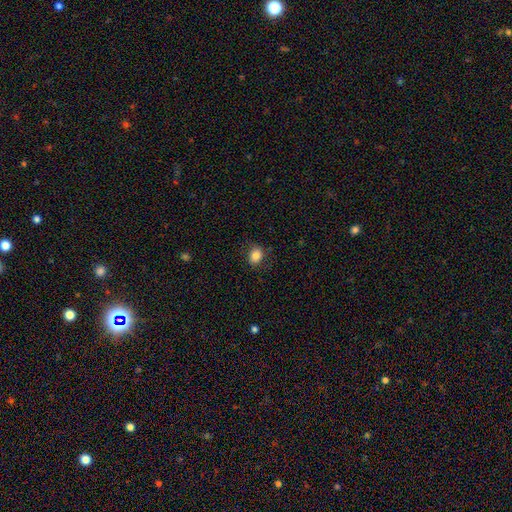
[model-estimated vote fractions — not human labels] smooth-or-featured: smooth: 84% | star or artifact: 9% | featured or disk: 7%
  how-rounded: in between: 50% | round: 49% | cigar-shaped: 1%
  merging: none: 79% | minor disturbance: 15% | major disturbance: 5% | merger: 1%